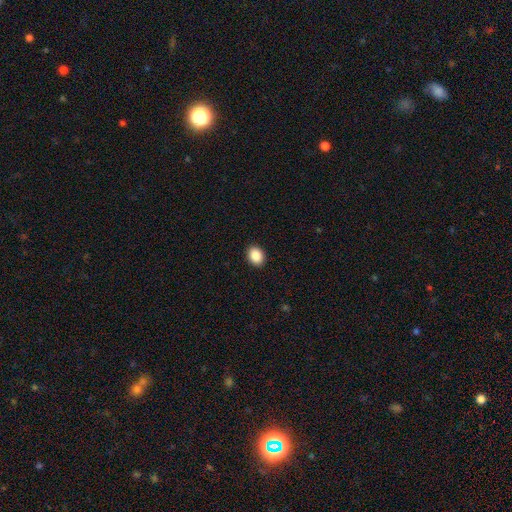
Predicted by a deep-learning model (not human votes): Smooth or featured? smooth (89%)
How rounded? in between (61%)
Merging? none (92%)